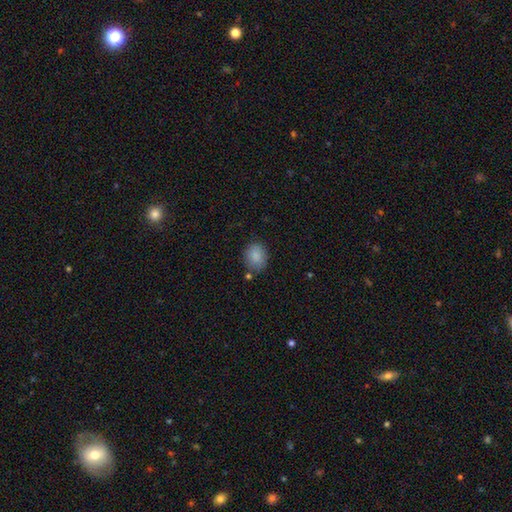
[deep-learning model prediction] This appears to be a smooth galaxy with no disk features (87%) that is round (51%). Merging: none (75%).